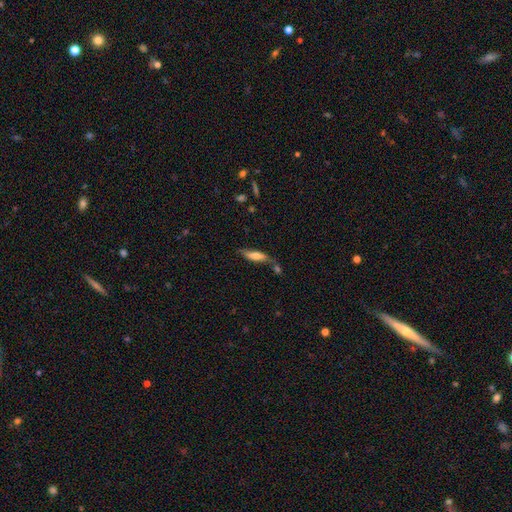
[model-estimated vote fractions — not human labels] smooth_or_featured: smooth (p=0.60) [alt: featured or disk p=0.32]
how_rounded: cigar-shaped (p=0.62) [alt: in between p=0.36]
merging: none (p=0.53) [alt: minor disturbance p=0.21]